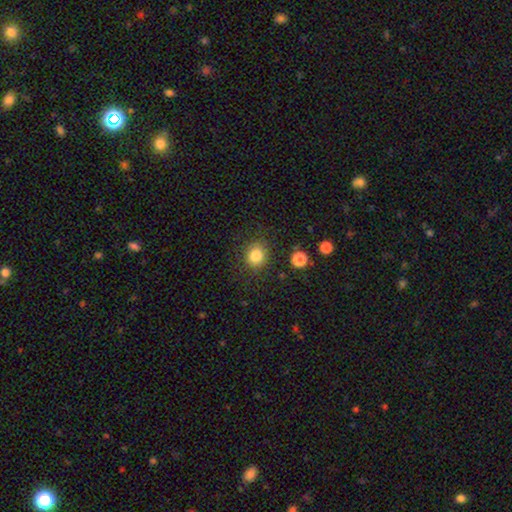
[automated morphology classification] type=smooth (83%); roundness=round (78%); merging=none (85%).